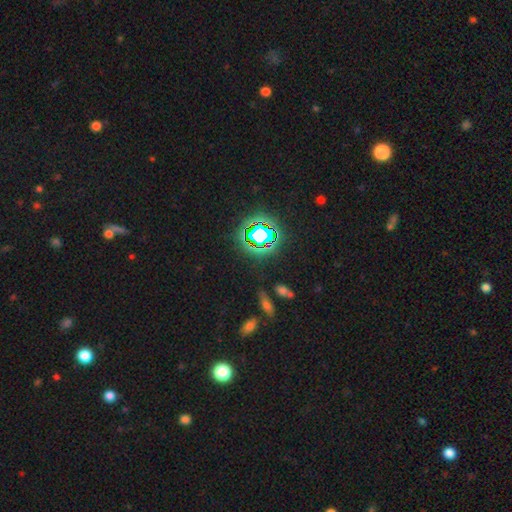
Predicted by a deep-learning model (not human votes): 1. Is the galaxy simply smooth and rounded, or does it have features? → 77% star or artifact, 15% smooth, 8% featured or disk.